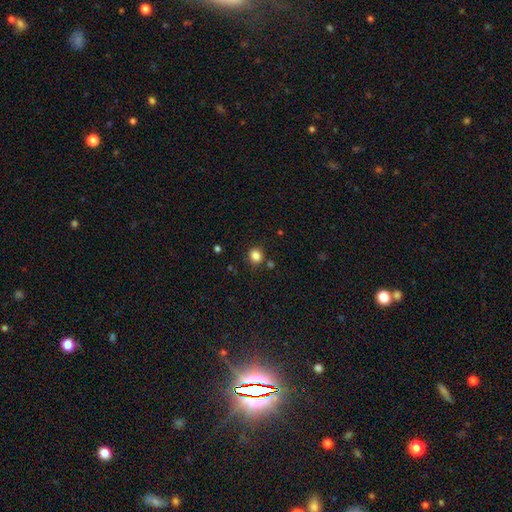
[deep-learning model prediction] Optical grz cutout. It shows a smooth galaxy with no disk features (84%) that is round (81%). Merging: none (83%).